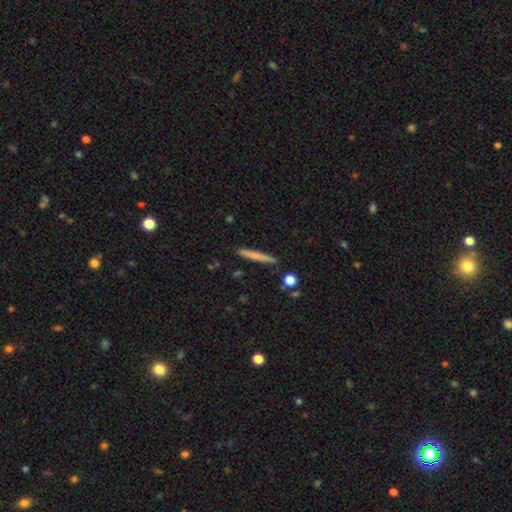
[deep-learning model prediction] smooth 68%, featured or disk 25%, star or artifact 7%. Down the decision tree: how rounded — cigar-shaped (96%); merging — none (89%).